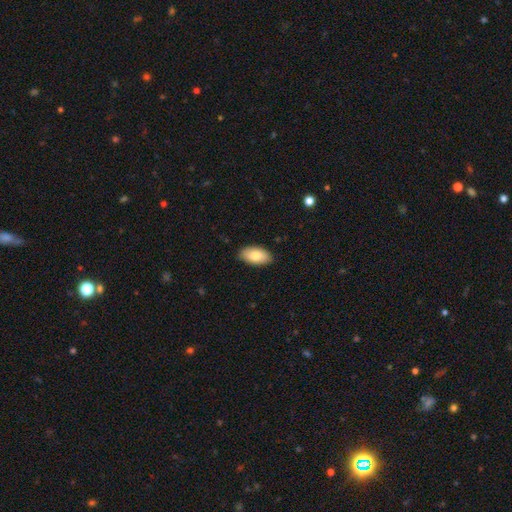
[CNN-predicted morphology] This is clearly a smooth galaxy (84%). How rounded: clearly in between (95%). Merging: clearly none (87%).